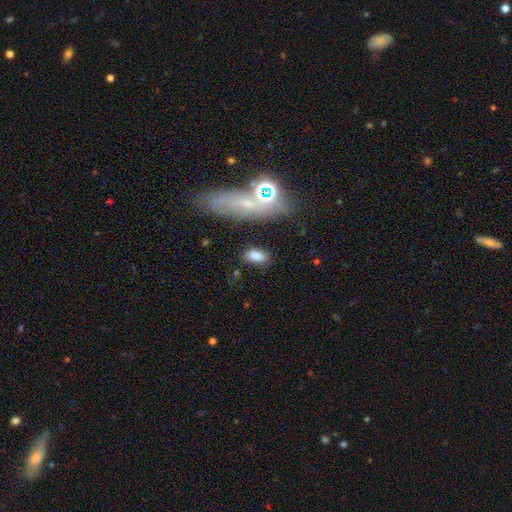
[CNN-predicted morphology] type=smooth (77%); roundness=in between (90%); merging=none (77%).